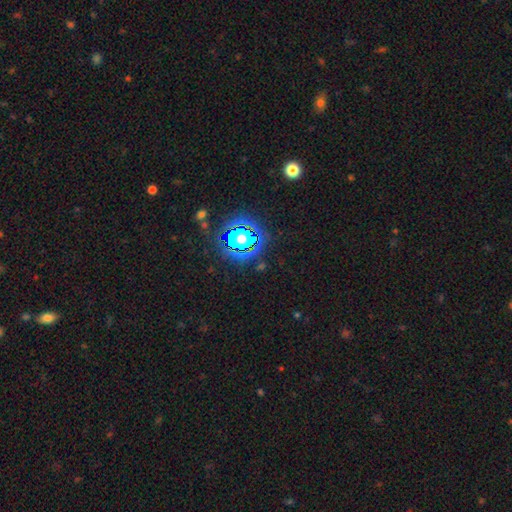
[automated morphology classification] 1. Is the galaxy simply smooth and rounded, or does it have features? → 83% star or artifact, 11% smooth, 7% featured or disk.